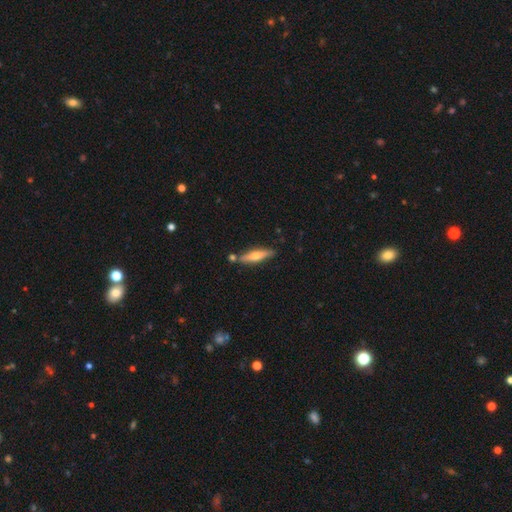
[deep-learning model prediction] smooth 48%, featured or disk 45%, star or artifact 6%. Down the decision tree: merging — none (79%).